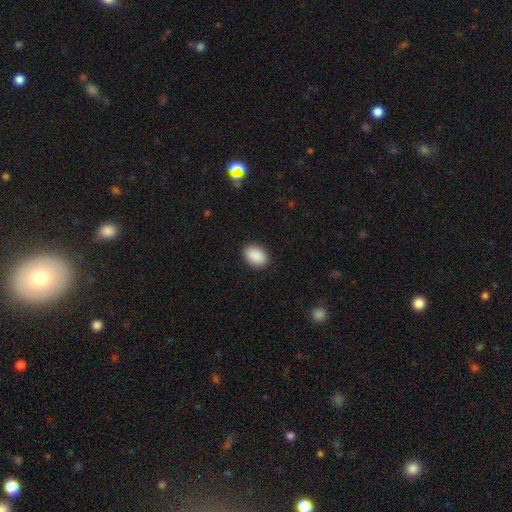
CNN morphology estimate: Q: Smooth or featured?
A: smooth (91%); runner-up: star or artifact (7%)
Q: How rounded?
A: in between (82%); runner-up: round (17%)
Q: Merging?
A: none (90%); runner-up: minor disturbance (7%)